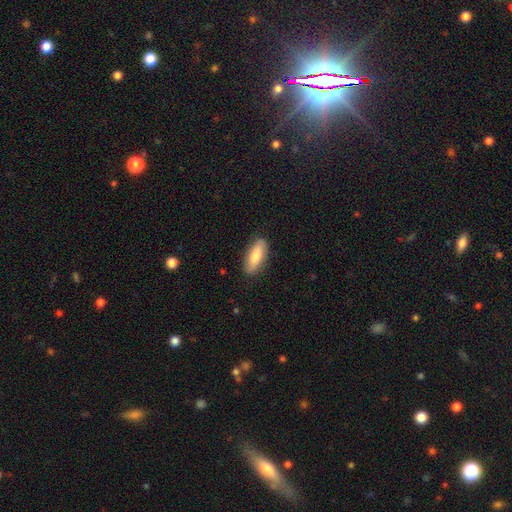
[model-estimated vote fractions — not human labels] A smooth galaxy with no disk features (78%) that is in between round and cigar-shaped (75%). Merging: none (86%).